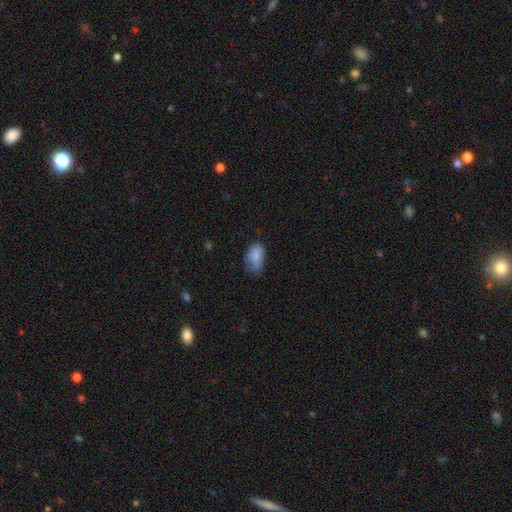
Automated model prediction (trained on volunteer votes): Smooth or featured: smooth — 83% (featured or disk — 9%)
How rounded: in between — 91% (round — 8%)
Merging: none — 49% (minor disturbance — 39%)